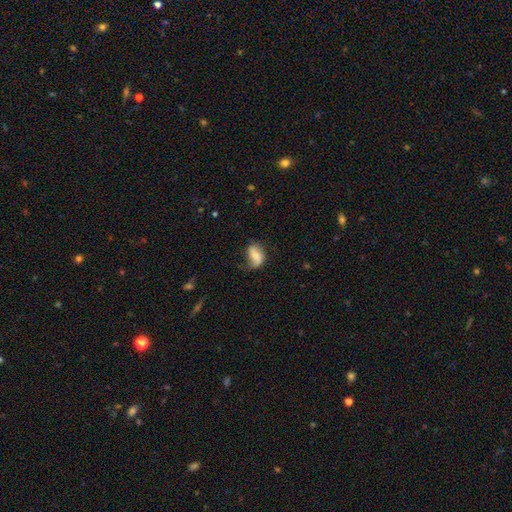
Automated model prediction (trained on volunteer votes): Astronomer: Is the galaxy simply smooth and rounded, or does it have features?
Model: smooth — 55% (runner-up: featured or disk, 37%).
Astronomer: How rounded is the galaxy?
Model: in between — 86%.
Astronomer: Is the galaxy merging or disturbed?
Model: none — 45% (runner-up: minor disturbance, 34%).